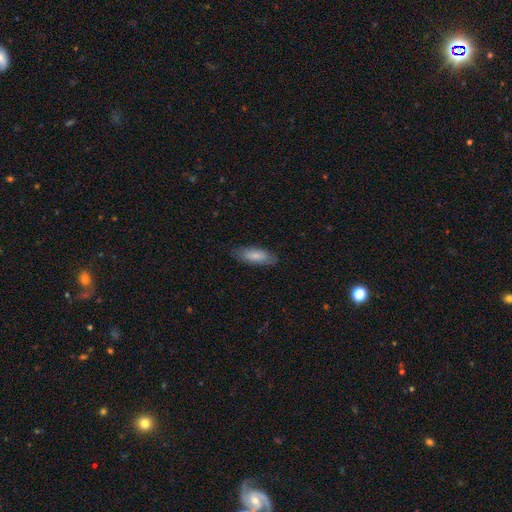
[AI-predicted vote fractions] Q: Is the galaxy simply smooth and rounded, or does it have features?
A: smooth — 80%.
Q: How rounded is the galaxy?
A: in between — 68%.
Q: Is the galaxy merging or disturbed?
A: none — 80%.